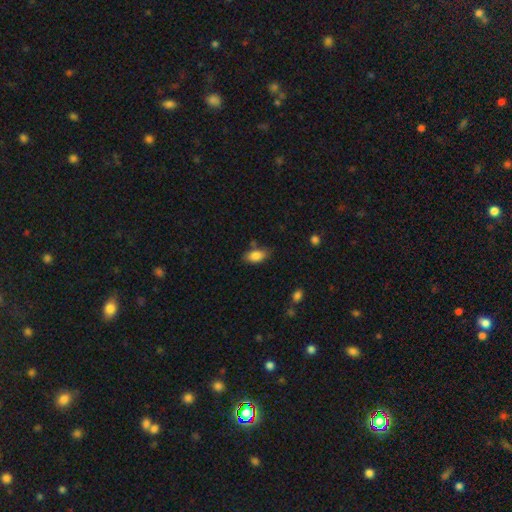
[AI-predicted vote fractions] Morphology: type=smooth (84%); roundness=in between (90%); merging=none (73%).